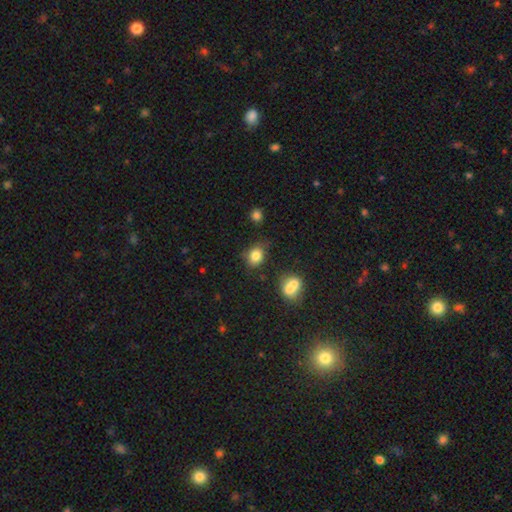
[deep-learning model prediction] The model was most divided on "how rounded": round: 56%, in between: 43%, cigar-shaped: 1%. More confident: smooth or featured — smooth (83%); merging — none (70%).